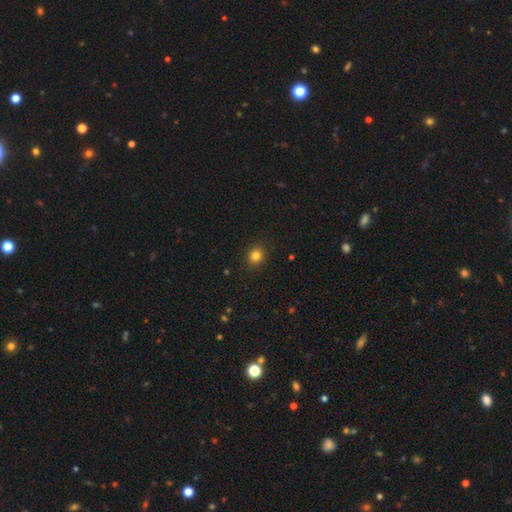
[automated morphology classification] smooth 82%, star or artifact 13%, featured or disk 5%. Down the decision tree: how rounded — round (80%); merging — none (90%).